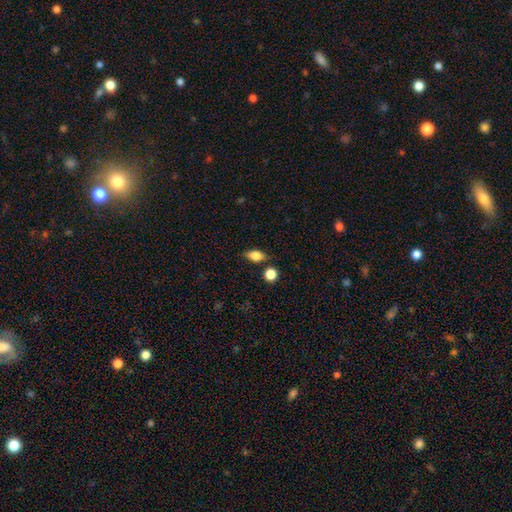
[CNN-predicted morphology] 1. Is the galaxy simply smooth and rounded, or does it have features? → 81% smooth, 10% featured or disk, 9% star or artifact.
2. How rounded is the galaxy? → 79% in between, 15% round, 5% cigar-shaped.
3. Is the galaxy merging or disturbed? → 73% none, 17% minor disturbance, 7% merger, 4% major disturbance.